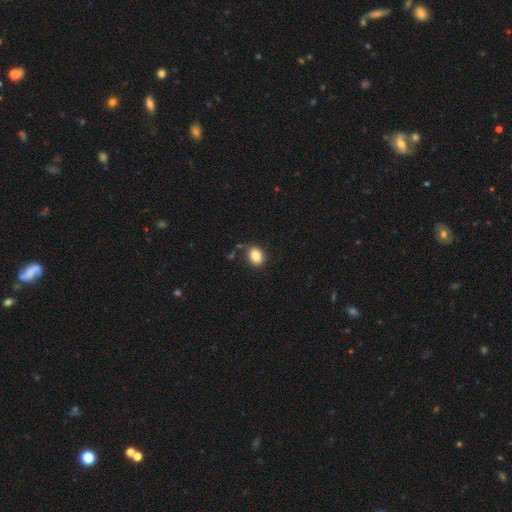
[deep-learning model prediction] This is clearly a smooth galaxy (85%). How rounded: likely in between (60%). Merging: likely none (78%).